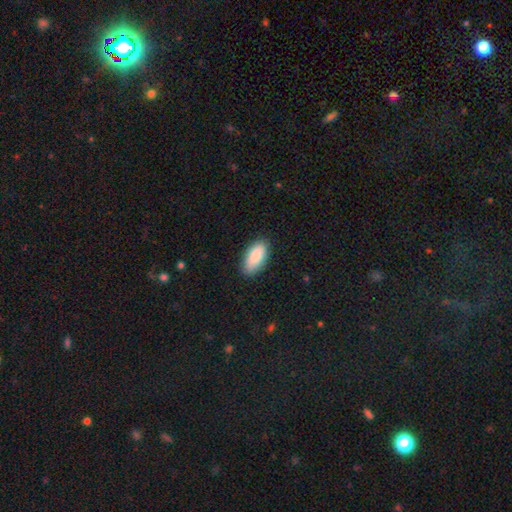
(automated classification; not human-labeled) Smooth or featured? smooth (89%)
How rounded? in between (93%)
Merging? none (85%)